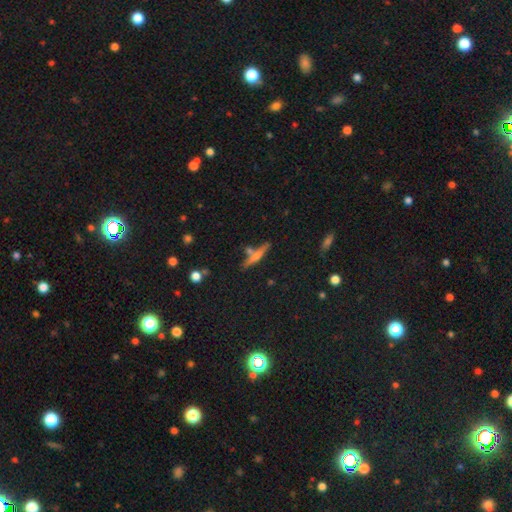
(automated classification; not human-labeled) A smooth galaxy with no disk features (46%). Merging: none (72%).